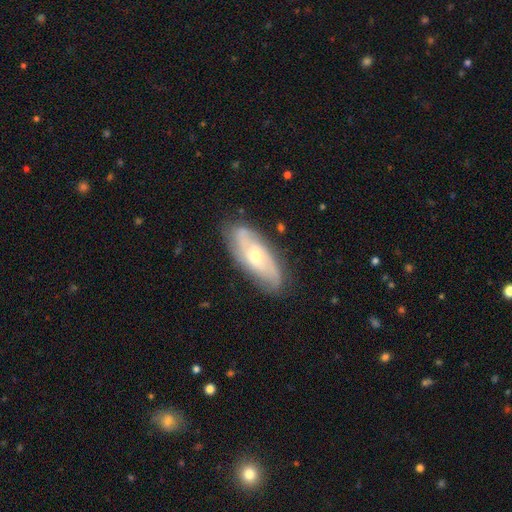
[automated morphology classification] A featured or disk galaxy (70%) with no bar (68%), 2 (49%) tight (44%) spiral arms (84%) and a small central bulge (50%). Merging: none (81%).